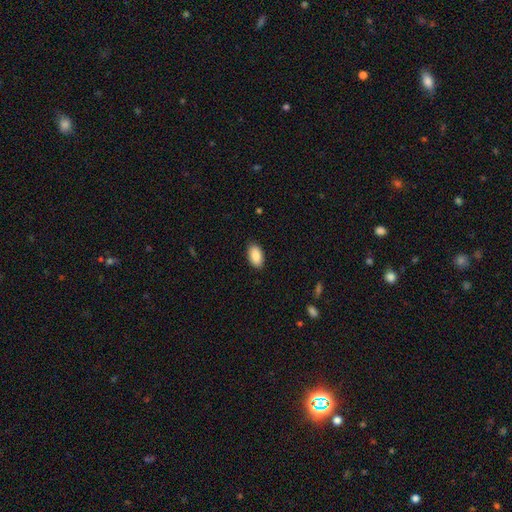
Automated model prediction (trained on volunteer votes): Q: Smooth or featured?
A: smooth (89%); runner-up: star or artifact (6%)
Q: How rounded?
A: in between (95%); runner-up: round (3%)
Q: Merging?
A: none (89%); runner-up: minor disturbance (8%)